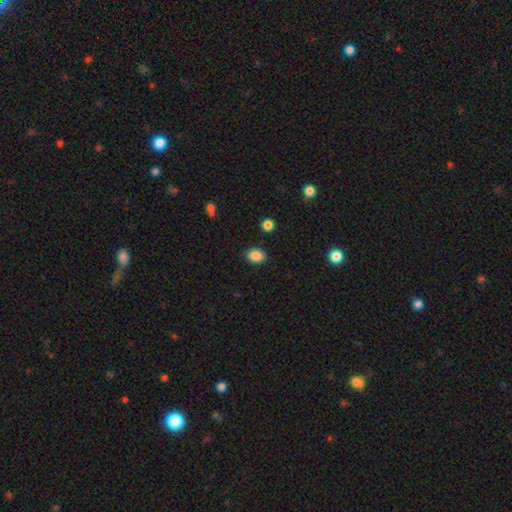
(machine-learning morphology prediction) A smooth galaxy with no disk features (87%) that is in between round and cigar-shaped (59%). Merging: none (88%).